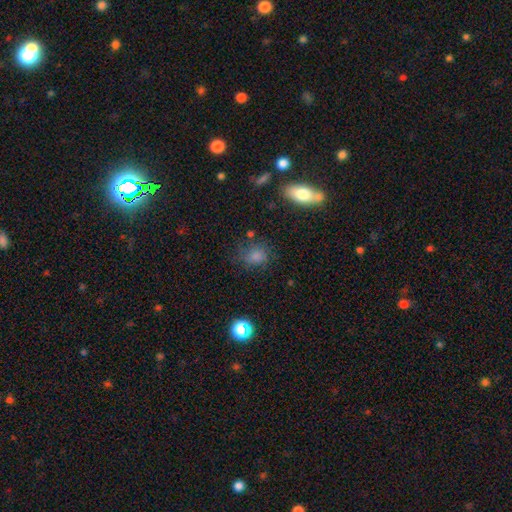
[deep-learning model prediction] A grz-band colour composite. It shows a smooth galaxy with no disk features (72%) that is round (63%). Merging: none (64%).